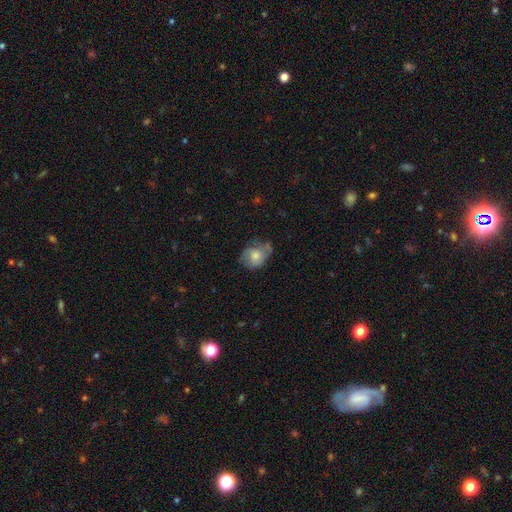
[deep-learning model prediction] smooth-or-featured: smooth: 61% | featured or disk: 31% | star or artifact: 8%
  how-rounded: in between: 53% | round: 46% | cigar-shaped: 1%
  merging: none: 47% | minor disturbance: 34% | major disturbance: 17% | merger: 3%